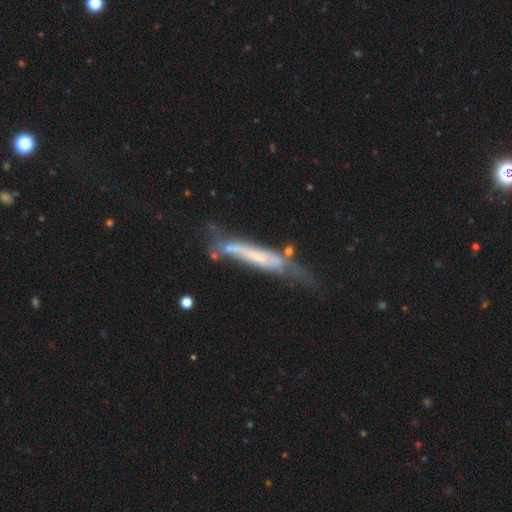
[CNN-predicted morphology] A featured or disk galaxy (56%) viewed edge-on (71%).

Vote fractions:
- Smooth or featured? featured or disk: 56% / smooth: 35% / star or artifact: 9%
- Edge-on disk? yes: 71% / no: 29%
- Merging? none: 36% / minor disturbance: 29% / major disturbance: 21% / merger: 14%